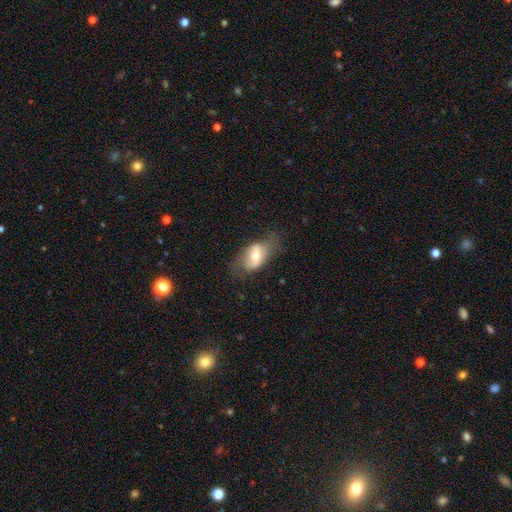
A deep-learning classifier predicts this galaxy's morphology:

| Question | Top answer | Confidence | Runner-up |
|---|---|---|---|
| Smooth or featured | smooth | 47% | featured or disk (46%) |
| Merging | none | 58% | minor disturbance (27%) |